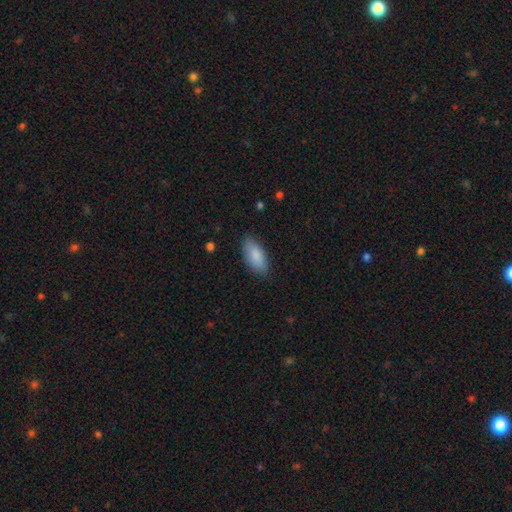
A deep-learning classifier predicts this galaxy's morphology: Smooth or featured? Predicted: smooth (p=0.87). How rounded? Predicted: in between (p=0.88). Merging? Predicted: none (p=0.84).